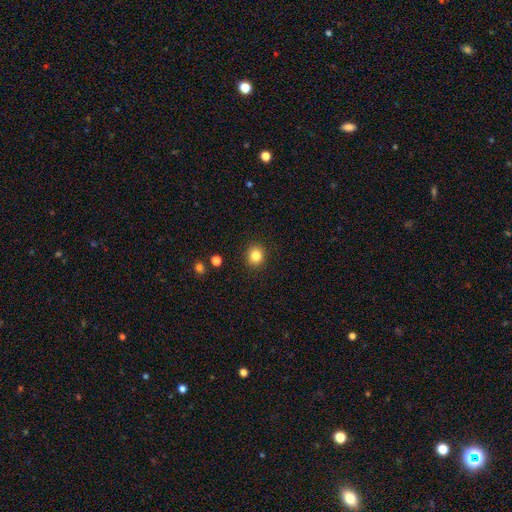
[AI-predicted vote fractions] This appears to be a smooth galaxy with no disk features (83%) that is round (84%). Merging: none (90%).